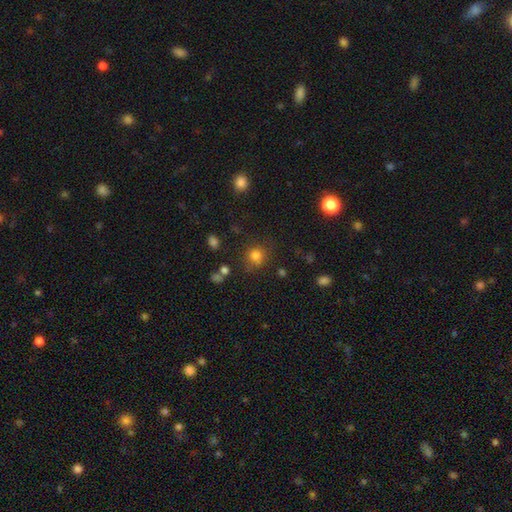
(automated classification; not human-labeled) A smooth galaxy with no disk features (79%) that is round (86%). Merging: none (74%).